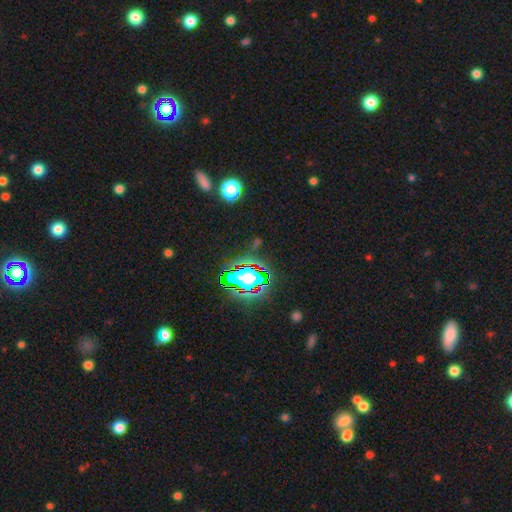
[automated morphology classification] A star or artifact, not a galaxy (81%).